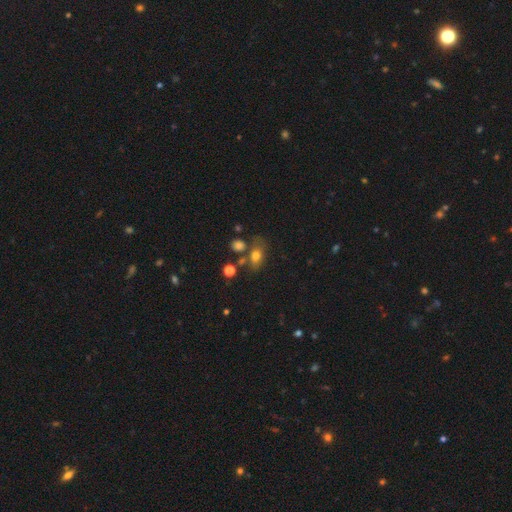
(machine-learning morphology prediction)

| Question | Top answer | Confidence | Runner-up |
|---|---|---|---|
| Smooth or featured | smooth | 71% | featured or disk (16%) |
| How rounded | in between | 75% | round (21%) |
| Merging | none | 57% | minor disturbance (18%) |